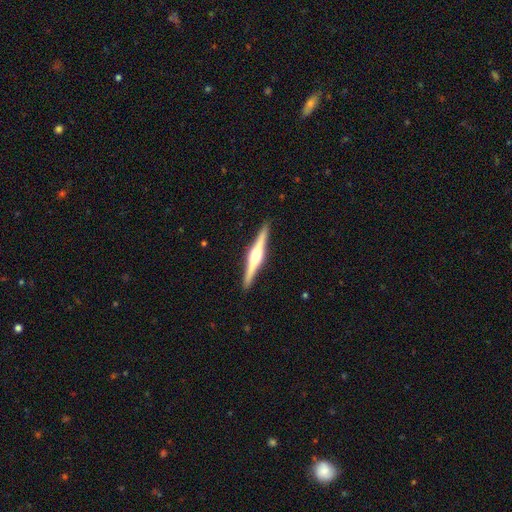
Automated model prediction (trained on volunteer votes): smooth-or-featured: featured or disk: 80% | smooth: 15% | star or artifact: 4%
  disk-edge-on: yes: 98% | no: 2%
    edge-on-bulge: rounded: 93% | boxy: 5% | none: 2%
  merging: none: 92% | minor disturbance: 6% | major disturbance: 1% | merger: 1%